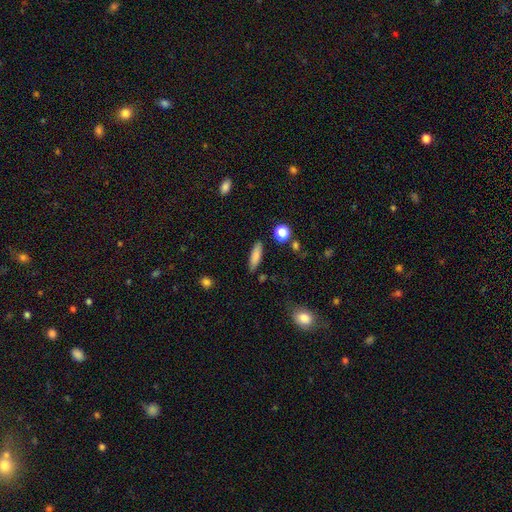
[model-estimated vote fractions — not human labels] Overall: smooth (82%). How rounded: cigar-shaped (59%; in between 39%). Merging: none (85%).